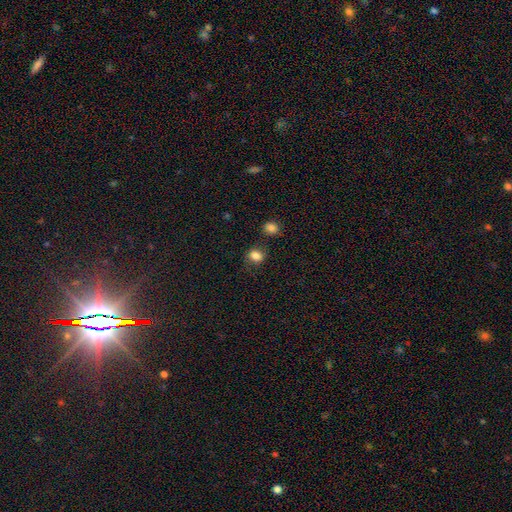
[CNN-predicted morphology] Smooth or featured: smooth — 84% (star or artifact — 11%)
How rounded: round — 57% (in between — 42%)
Merging: none — 72% (minor disturbance — 16%)